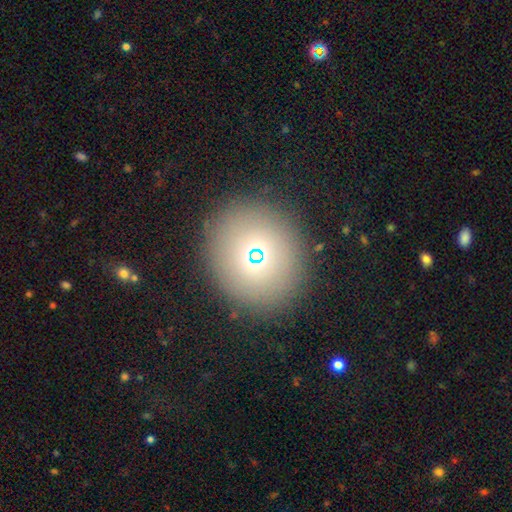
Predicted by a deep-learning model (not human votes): Q: Smooth or featured?
A: smooth (60%); runner-up: featured or disk (20%)
Q: How rounded?
A: round (84%); runner-up: in between (15%)
Q: Merging?
A: none (86%); runner-up: minor disturbance (8%)